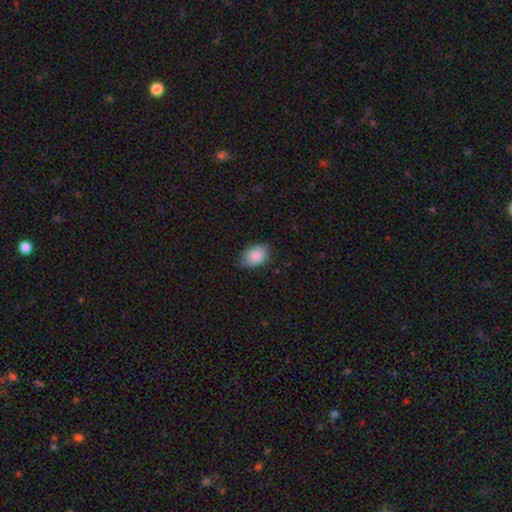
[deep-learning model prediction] smooth 89%, star or artifact 7%, featured or disk 4%. Down the decision tree: how rounded — in between (80%); merging — none (74%).